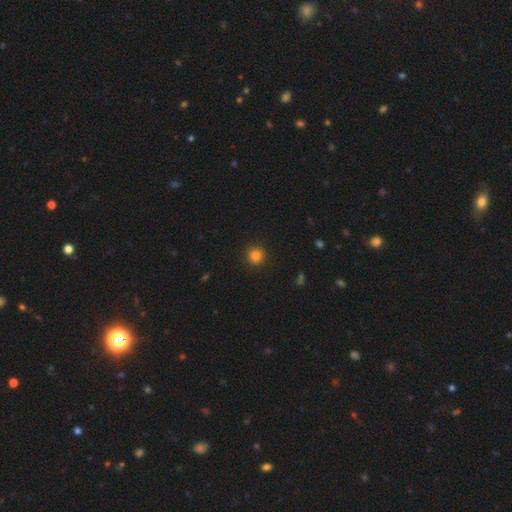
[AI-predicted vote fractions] Smooth or featured? Predicted: smooth (p=0.84). How rounded? Predicted: round (p=0.93). Merging? Predicted: none (p=0.91).